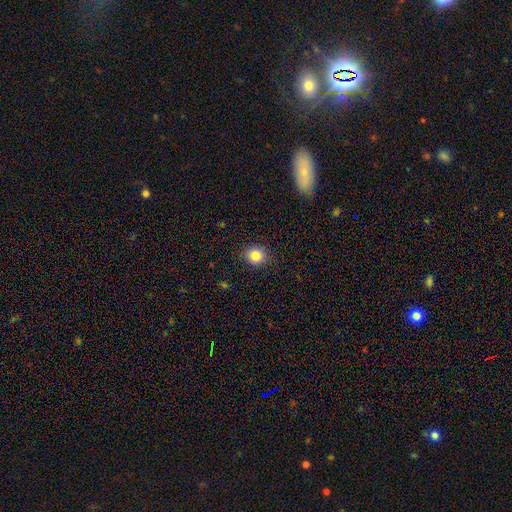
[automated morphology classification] This appears to be a smooth galaxy with no disk features (84%) that is round (79%). Merging: none (88%).